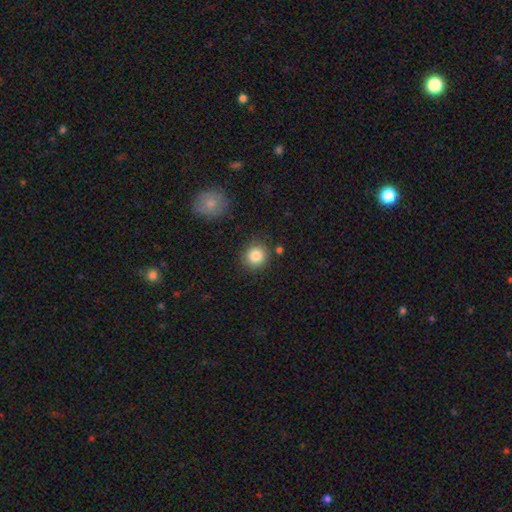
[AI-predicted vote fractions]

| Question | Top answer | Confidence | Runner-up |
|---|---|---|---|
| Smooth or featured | smooth | 85% | star or artifact (9%) |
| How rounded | round | 88% | in between (11%) |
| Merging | none | 85% | minor disturbance (8%) |